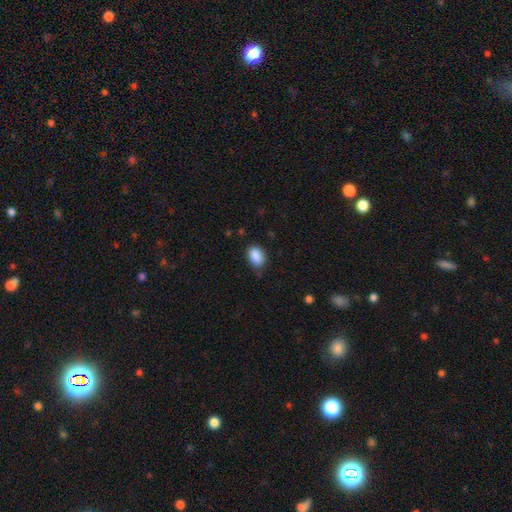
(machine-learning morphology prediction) Overall: smooth (89%). How rounded: in between (84%). Merging: none (78%).